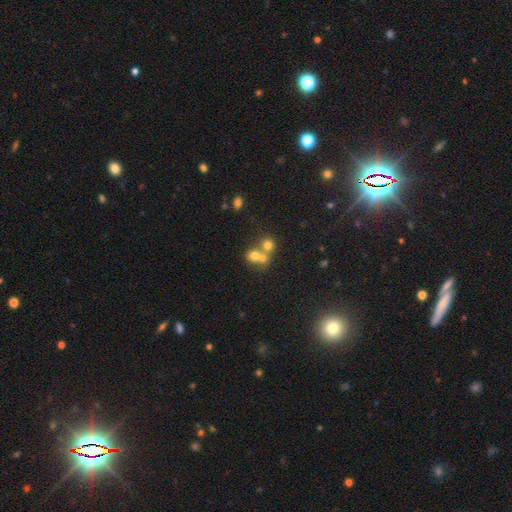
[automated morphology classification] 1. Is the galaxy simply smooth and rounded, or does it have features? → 64% smooth, 20% featured or disk, 15% star or artifact.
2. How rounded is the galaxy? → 75% round, 24% in between, 1% cigar-shaped.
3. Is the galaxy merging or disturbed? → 58% merger, 32% none, 6% minor disturbance, 4% major disturbance.